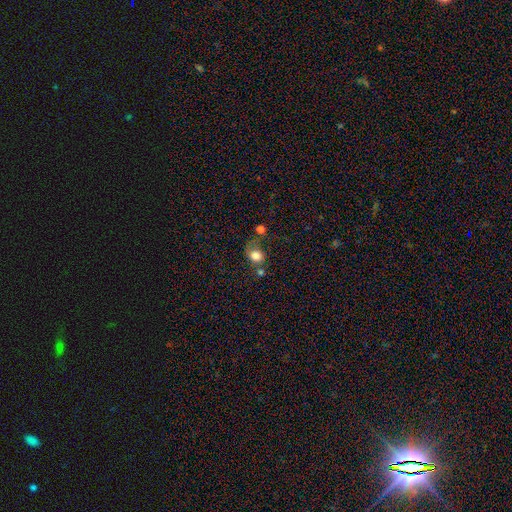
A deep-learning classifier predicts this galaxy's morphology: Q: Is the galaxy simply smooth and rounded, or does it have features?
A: smooth — 78%.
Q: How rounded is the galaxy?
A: round — 60%.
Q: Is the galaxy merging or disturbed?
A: none — 38%.